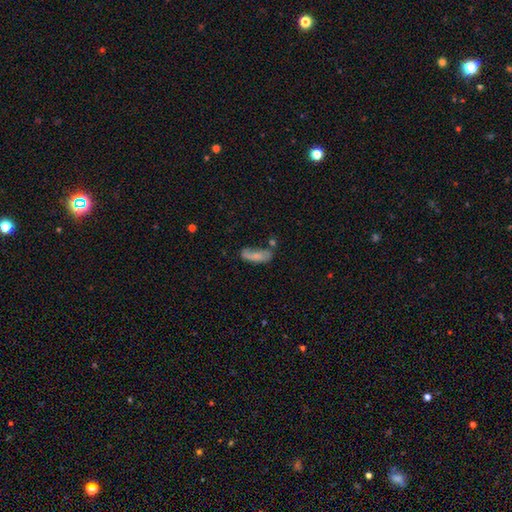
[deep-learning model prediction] smooth-or-featured: smooth: 67% | featured or disk: 24% | star or artifact: 9%
  how-rounded: in between: 68% | cigar-shaped: 29% | round: 3%
  merging: none: 42% | minor disturbance: 29% | major disturbance: 15% | merger: 14%